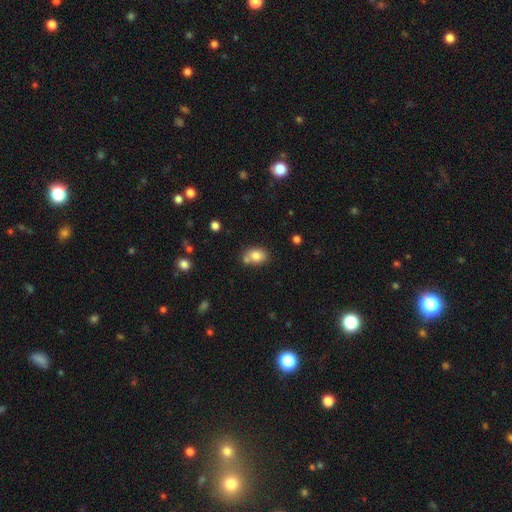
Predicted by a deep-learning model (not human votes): This is clearly a smooth galaxy (80%). How rounded: likely in between (73%). Merging: possibly none (58%).